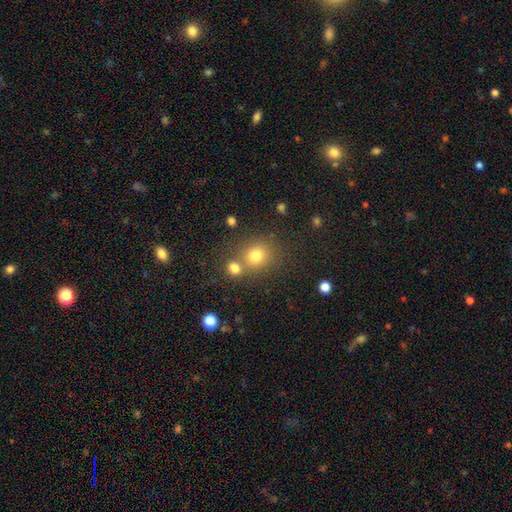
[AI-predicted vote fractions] A smooth galaxy with no disk features (75%) that is round (79%). Merging: none (60%).